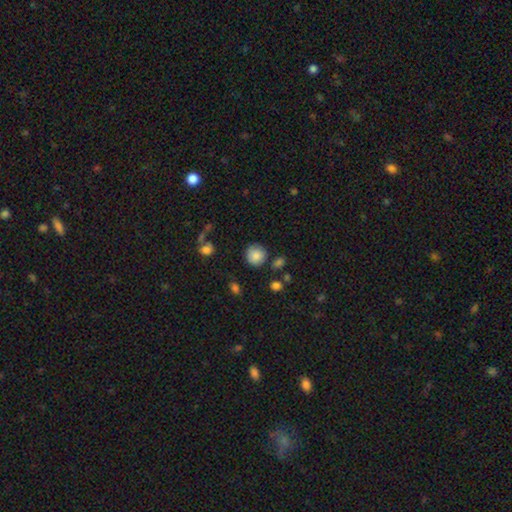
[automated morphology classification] smooth-or-featured: smooth: 84% | star or artifact: 9% | featured or disk: 7%
  how-rounded: round: 90% | in between: 9% | cigar-shaped: 1%
  merging: none: 79% | minor disturbance: 13% | major disturbance: 4% | merger: 4%